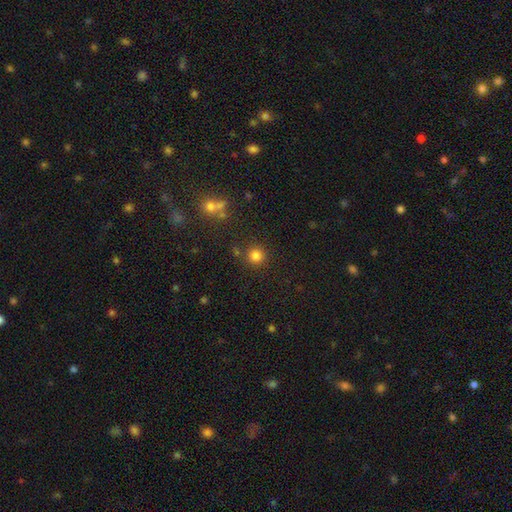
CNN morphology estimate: A smooth galaxy with no disk features (81%) that is round (94%).

Vote fractions:
- Smooth or featured? smooth: 81% / star or artifact: 14% / featured or disk: 5%
- How rounded? round: 94% / in between: 5% / cigar-shaped: 1%
- Merging? none: 85% / minor disturbance: 7% / merger: 5% / major disturbance: 3%